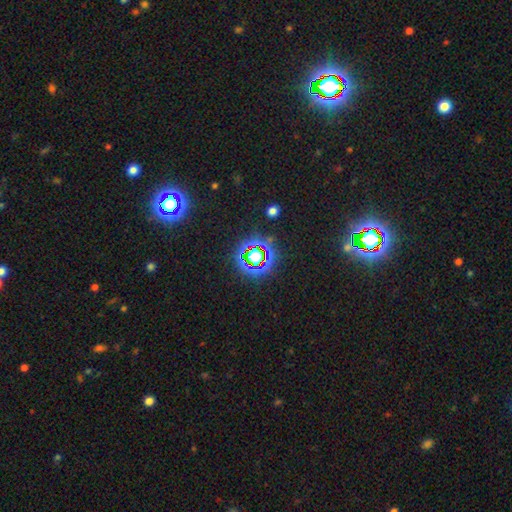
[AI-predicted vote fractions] The model was most divided on "smooth or featured": star or artifact: 72%, smooth: 19%, featured or disk: 10%.